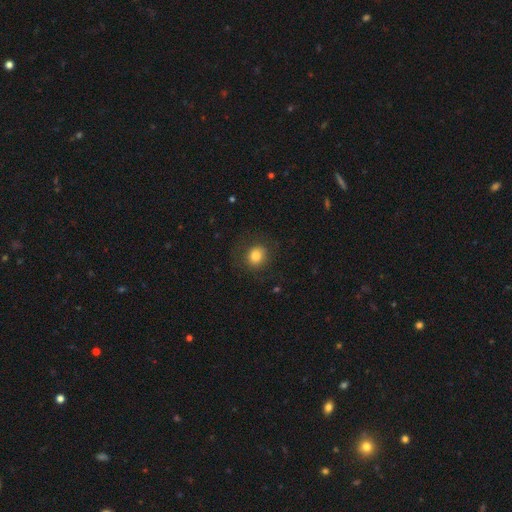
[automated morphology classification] smooth-or-featured: smooth: 80% | star or artifact: 11% | featured or disk: 9%
  how-rounded: round: 80% | in between: 19% | cigar-shaped: 1%
  merging: none: 82% | minor disturbance: 11% | major disturbance: 6% | merger: 1%